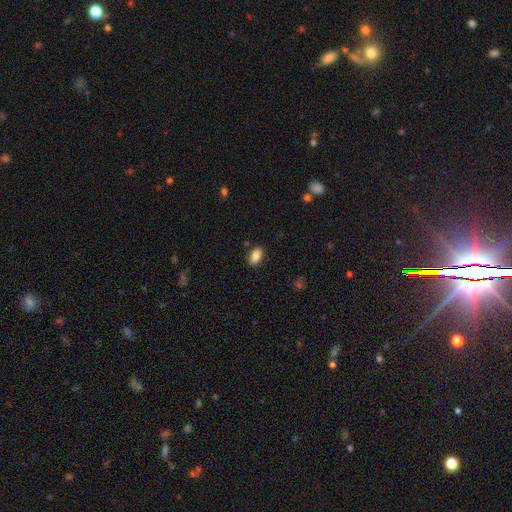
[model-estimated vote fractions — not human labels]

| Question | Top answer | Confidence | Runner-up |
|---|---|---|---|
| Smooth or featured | smooth | 85% | star or artifact (8%) |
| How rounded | in between | 91% | round (5%) |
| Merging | none | 85% | minor disturbance (10%) |